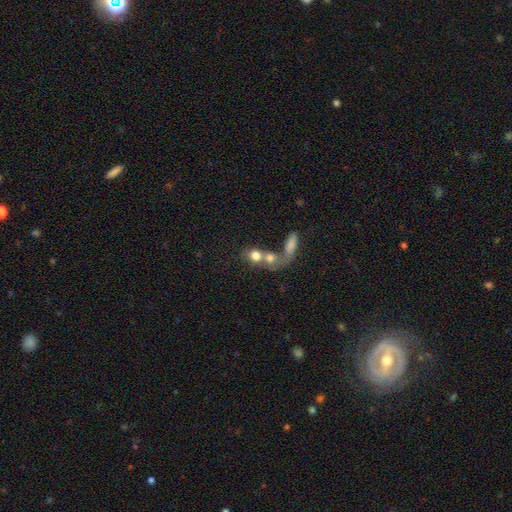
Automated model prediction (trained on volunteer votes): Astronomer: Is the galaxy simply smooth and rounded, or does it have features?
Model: smooth — 72%.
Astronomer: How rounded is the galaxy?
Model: round — 54% (runner-up: in between, 42%).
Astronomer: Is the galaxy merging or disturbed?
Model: merger — 68%.